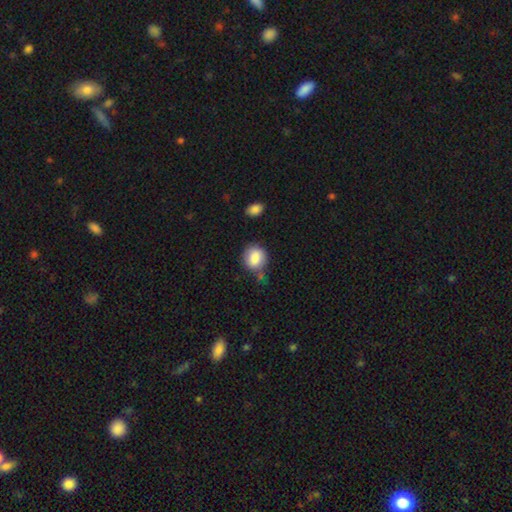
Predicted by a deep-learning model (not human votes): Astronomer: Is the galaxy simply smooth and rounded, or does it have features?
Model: smooth — 85%.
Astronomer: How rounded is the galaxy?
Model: round — 68%.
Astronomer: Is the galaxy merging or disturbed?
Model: none — 62%.